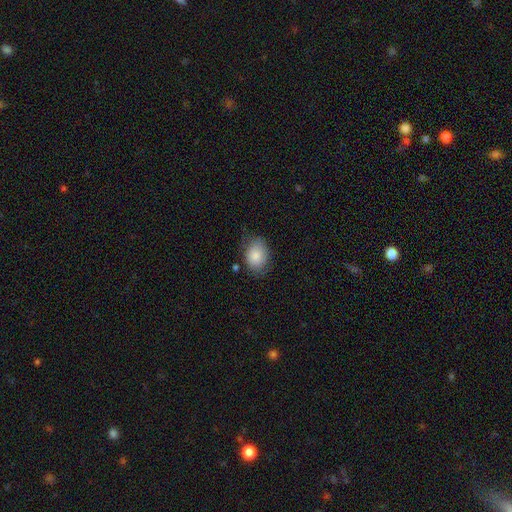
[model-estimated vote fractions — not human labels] Smooth or featured? Predicted: smooth (p=0.84). How rounded? Predicted: in between (p=0.66). Merging? Predicted: none (p=0.69).